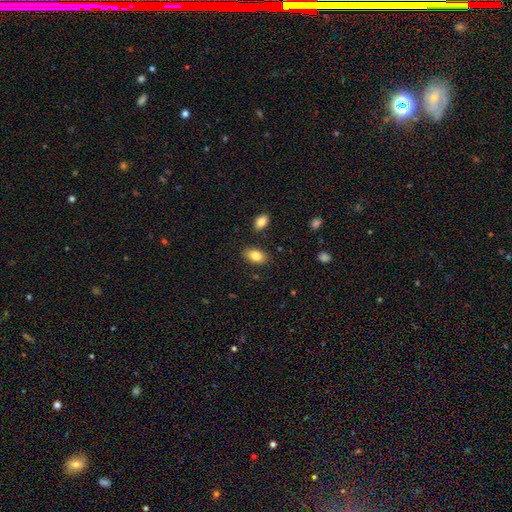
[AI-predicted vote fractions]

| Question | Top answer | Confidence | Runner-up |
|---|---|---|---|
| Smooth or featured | smooth | 83% | featured or disk (10%) |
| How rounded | in between | 92% | round (7%) |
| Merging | none | 85% | minor disturbance (10%) |